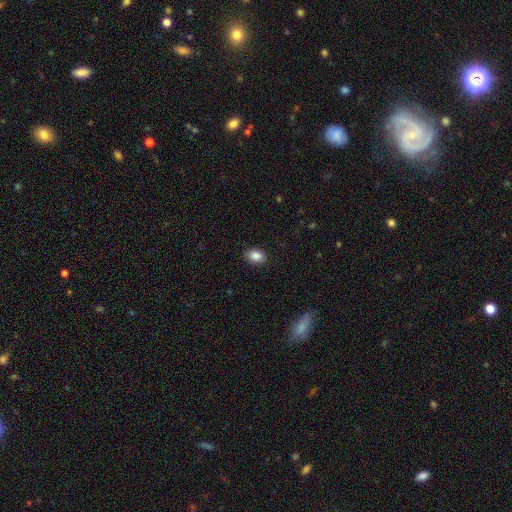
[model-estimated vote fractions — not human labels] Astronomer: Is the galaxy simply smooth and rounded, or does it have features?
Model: smooth — 87%.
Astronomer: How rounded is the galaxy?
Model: in between — 82%.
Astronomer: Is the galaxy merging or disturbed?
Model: none — 86%.